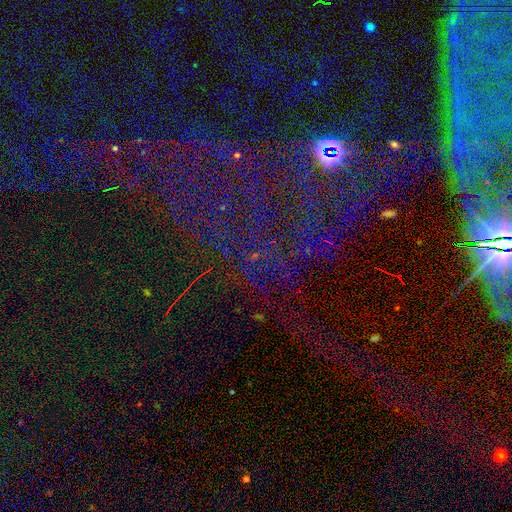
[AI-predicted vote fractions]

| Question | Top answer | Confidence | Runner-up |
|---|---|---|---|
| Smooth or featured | star or artifact | 71% | featured or disk (16%) |